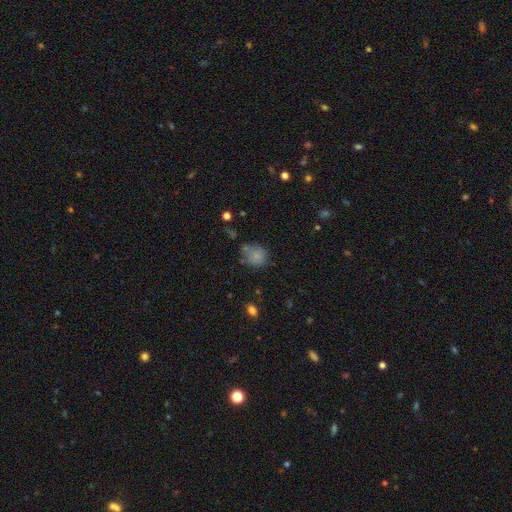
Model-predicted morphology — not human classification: Q: Smooth or featured?
A: smooth (74%); runner-up: star or artifact (13%)
Q: How rounded?
A: round (66%); runner-up: in between (33%)
Q: Merging?
A: none (51%); runner-up: minor disturbance (26%)